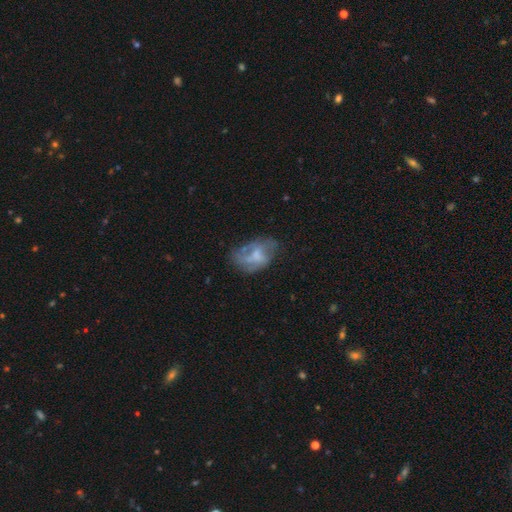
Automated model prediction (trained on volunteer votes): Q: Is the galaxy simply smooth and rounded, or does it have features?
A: featured or disk — 55%.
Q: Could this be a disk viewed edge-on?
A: no — 97%.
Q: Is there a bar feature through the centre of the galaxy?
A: no — 66%.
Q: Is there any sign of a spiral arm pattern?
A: no — 55%.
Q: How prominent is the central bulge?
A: moderate — 34%.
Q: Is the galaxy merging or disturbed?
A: none — 46%.